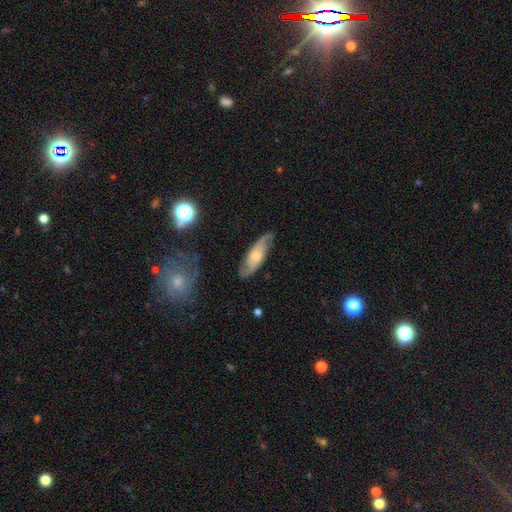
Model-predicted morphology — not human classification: A featured or disk galaxy (63%) with no bar (56%), spiral arms (90%) and a moderate central bulge (47%). Merging: none (77%).